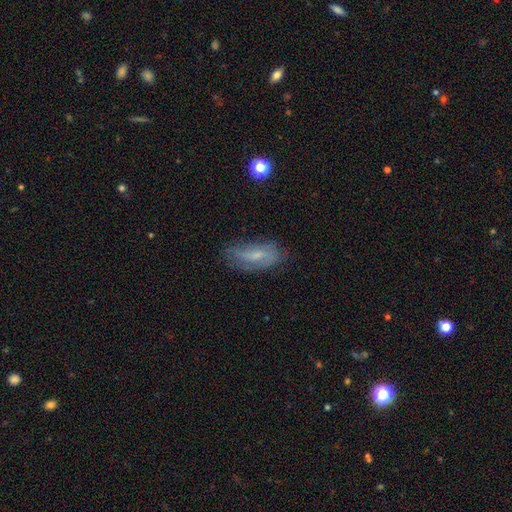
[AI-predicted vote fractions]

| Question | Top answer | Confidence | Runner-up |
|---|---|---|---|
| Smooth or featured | featured or disk | 53% | smooth (38%) |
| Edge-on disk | no | 89% | yes (11%) |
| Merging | none | 65% | minor disturbance (24%) |